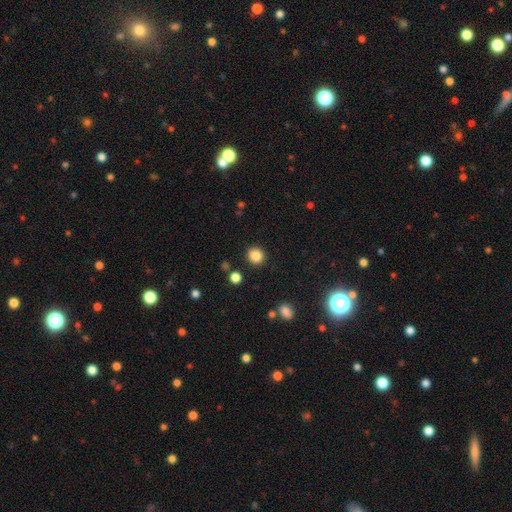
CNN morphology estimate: Smooth or featured: smooth — 85% (star or artifact — 11%)
How rounded: round — 89% (in between — 10%)
Merging: none — 91% (minor disturbance — 5%)